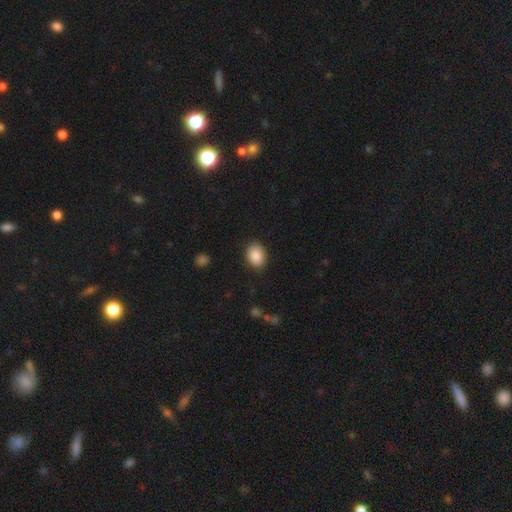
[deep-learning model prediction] Smooth or featured? smooth (88%)
How rounded? in between (67%)
Merging? none (87%)